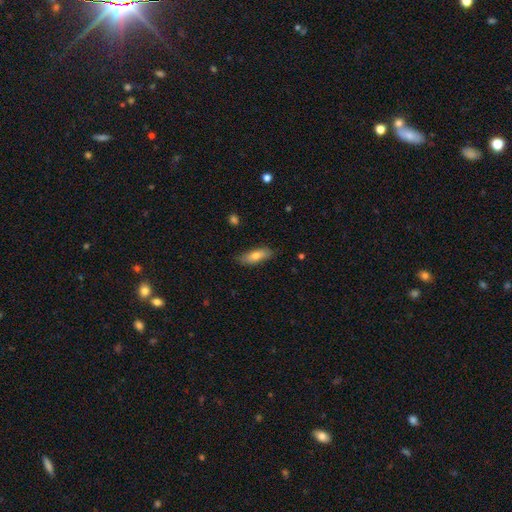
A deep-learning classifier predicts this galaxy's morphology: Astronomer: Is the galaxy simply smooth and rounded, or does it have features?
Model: smooth — 72%.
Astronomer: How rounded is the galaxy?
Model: in between — 64%.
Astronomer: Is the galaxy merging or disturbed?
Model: none — 82%.